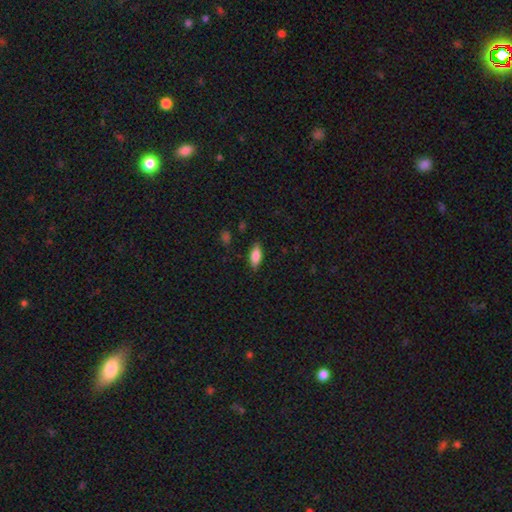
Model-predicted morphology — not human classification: Smooth or featured?
  - smooth: 82% *
  - featured or disk: 12%
  - star or artifact: 7%
How rounded?
  - in between: 81% *
  - cigar-shaped: 17%
  - round: 2%
Merging?
  - none: 83% *
  - minor disturbance: 13%
  - major disturbance: 3%
  - merger: 1%